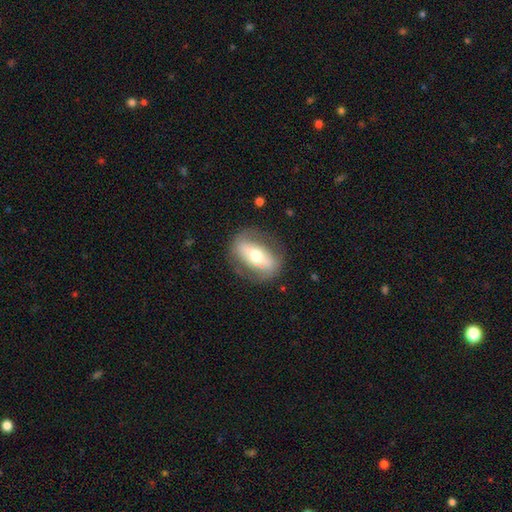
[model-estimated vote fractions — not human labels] Smooth or featured: featured or disk — 53% (smooth — 41%)
Edge-on disk: no — 81% (yes — 19%)
Merging: none — 77% (minor disturbance — 15%)